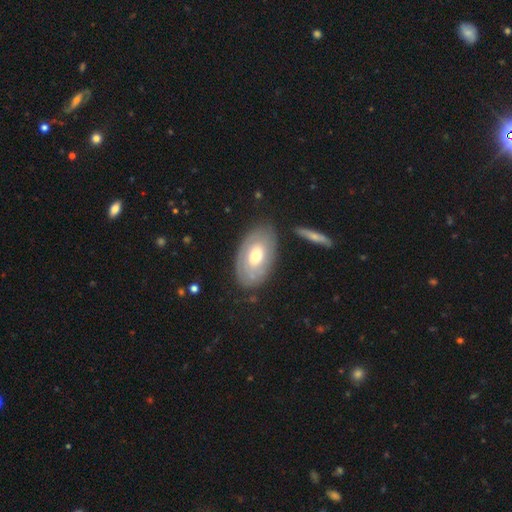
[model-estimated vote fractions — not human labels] smooth-or-featured: featured or disk: 56% | smooth: 38% | star or artifact: 6%
  disk-edge-on: no: 91% | yes: 9%
    bar: no: 78% | weak: 18% | strong: 4%
    has-spiral-arms: yes: 55% | no: 45%
    bulge-size: moderate: 61% | large: 24% | small: 12% | dominant: 2% | none: 1%
  merging: none: 76% | minor disturbance: 16% | major disturbance: 5% | merger: 3%